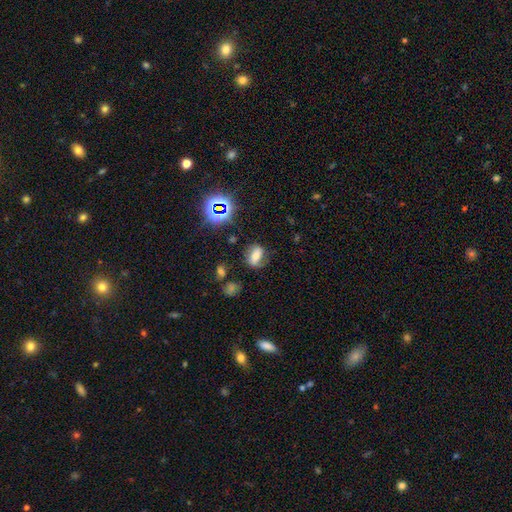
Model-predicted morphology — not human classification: smooth_or_featured: smooth (p=0.44) [alt: featured or disk p=0.35]
merging: none (p=0.67) [alt: minor disturbance p=0.19]